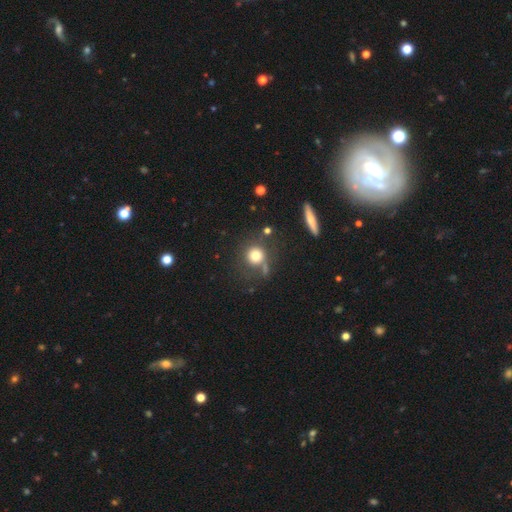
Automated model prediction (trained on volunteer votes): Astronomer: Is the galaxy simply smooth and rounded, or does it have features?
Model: smooth — 77%.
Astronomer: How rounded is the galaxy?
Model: round — 88%.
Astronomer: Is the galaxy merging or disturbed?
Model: none — 64%.